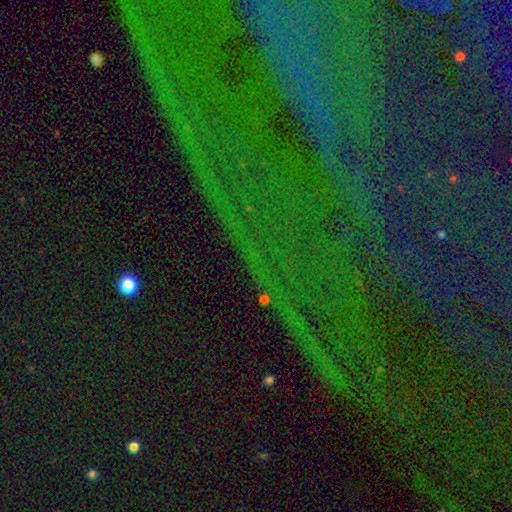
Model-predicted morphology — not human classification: A star or artifact, not a galaxy (83%).

Vote fractions:
- Smooth or featured? star or artifact: 83% / featured or disk: 9% / smooth: 8%